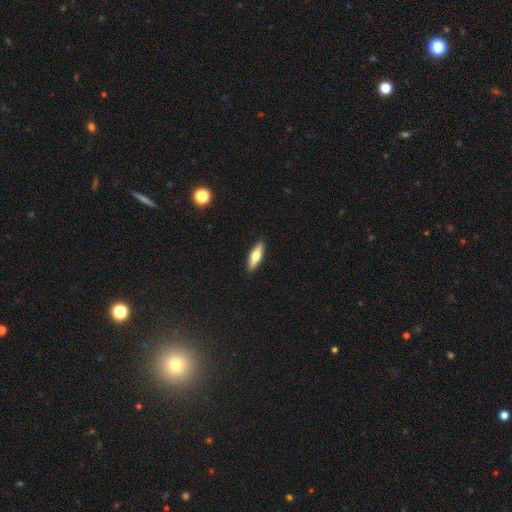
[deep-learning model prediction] Smooth or featured: smooth — 59% (featured or disk — 35%)
How rounded: cigar-shaped — 56% (in between — 42%)
Merging: none — 90% (minor disturbance — 7%)